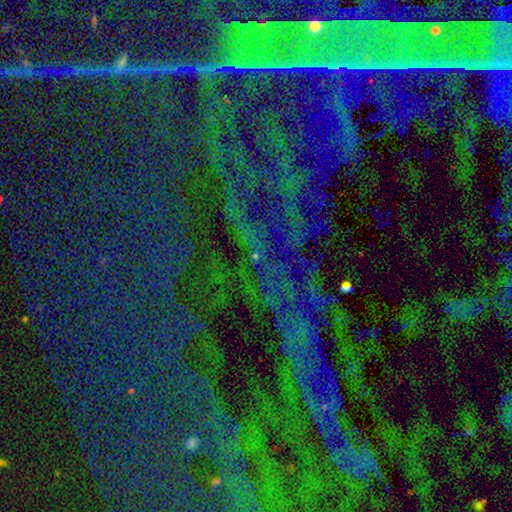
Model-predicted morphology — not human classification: This appears to be a star or artifact, not a galaxy (80%).